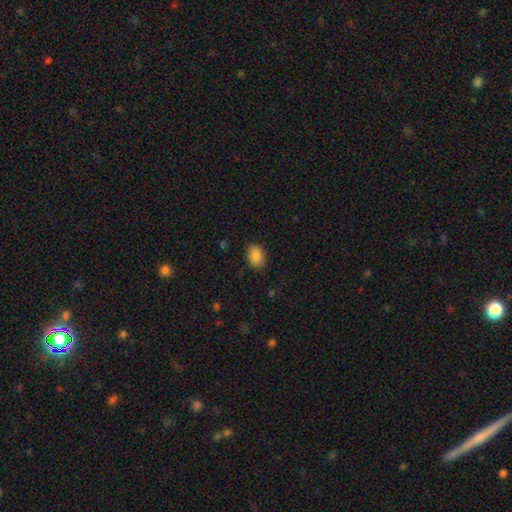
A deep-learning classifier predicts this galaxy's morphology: The model was most divided on "how rounded": in between: 82%, round: 17%, cigar-shaped: 1%. More confident: smooth or featured — smooth (87%); merging — none (86%).